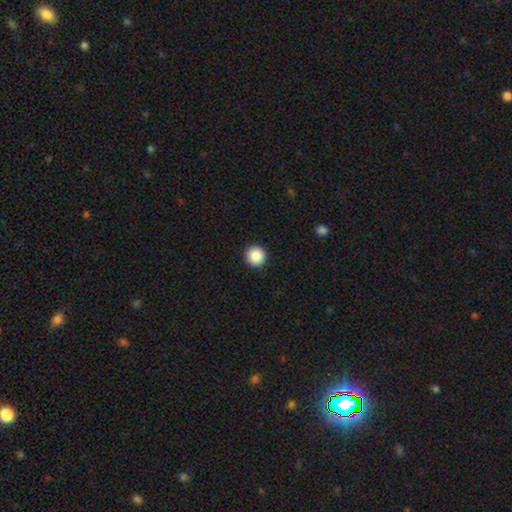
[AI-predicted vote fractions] smooth-or-featured: smooth: 88% | star or artifact: 9% | featured or disk: 3%
  how-rounded: round: 97% | in between: 3% | cigar-shaped: 1%
  merging: none: 94% | minor disturbance: 4% | major disturbance: 1% | merger: 1%